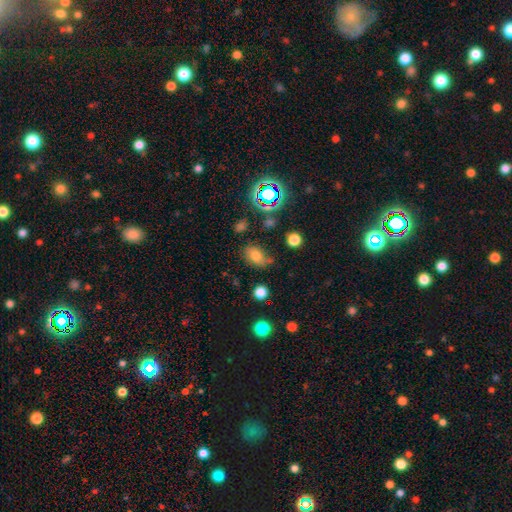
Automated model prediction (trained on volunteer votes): Smooth or featured? smooth (71%)
How rounded? in between (80%)
Merging? none (57%)